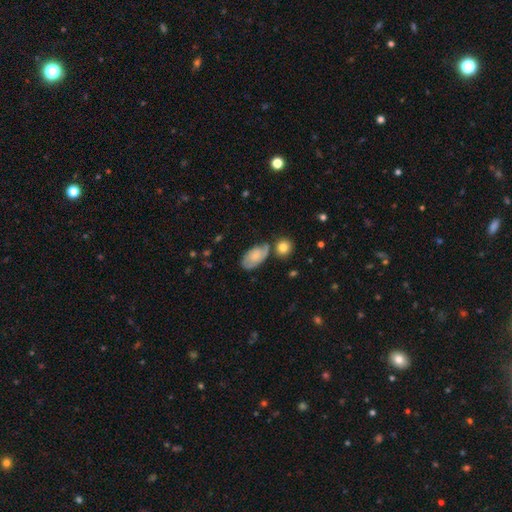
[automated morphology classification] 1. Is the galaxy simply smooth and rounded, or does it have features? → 61% smooth, 32% featured or disk, 7% star or artifact.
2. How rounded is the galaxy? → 91% in between, 6% round, 3% cigar-shaped.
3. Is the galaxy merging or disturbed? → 54% none, 25% minor disturbance, 13% merger, 9% major disturbance.